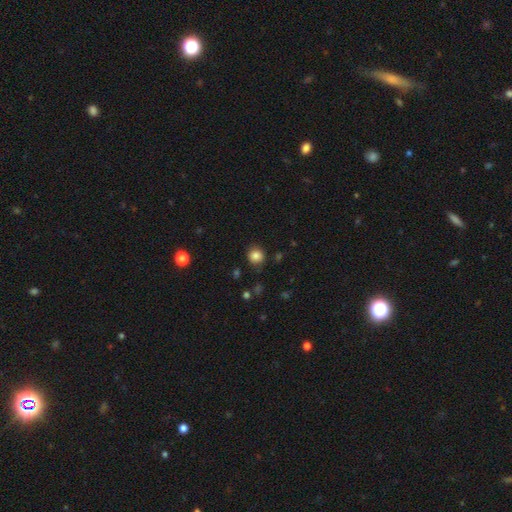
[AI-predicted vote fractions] This appears to be a smooth galaxy with no disk features (84%) that is round (86%). Merging: none (85%).